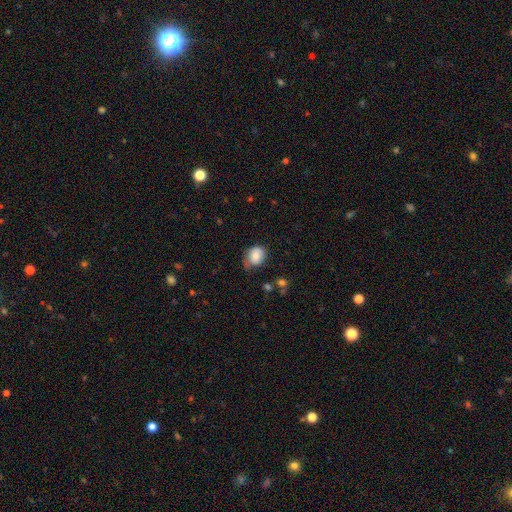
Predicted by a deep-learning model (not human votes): Smooth or featured? Predicted: smooth (p=0.70). How rounded? Predicted: in between (p=0.50). Merging? Predicted: none (p=0.47).